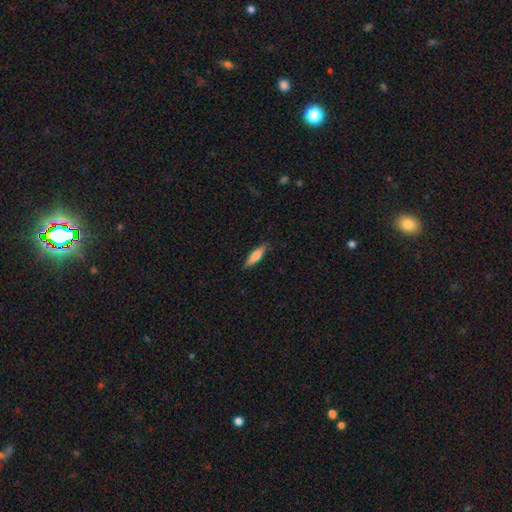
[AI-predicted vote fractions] Smooth or featured? Predicted: smooth (p=0.69). How rounded? Predicted: cigar-shaped (p=0.71). Merging? Predicted: none (p=0.86).